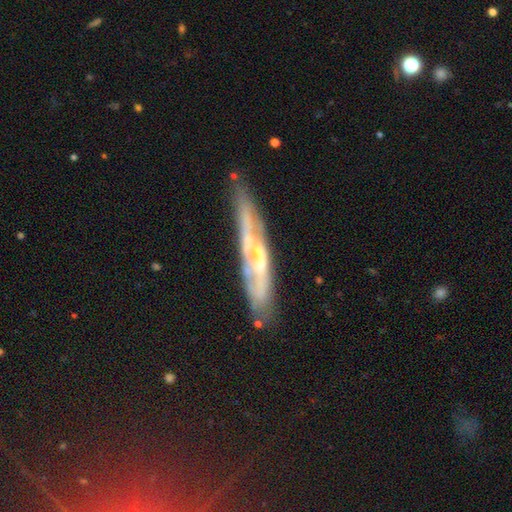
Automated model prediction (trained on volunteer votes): smooth_or_featured: featured or disk (p=0.74) [alt: smooth p=0.18]
disk_edge_on: yes (p=0.58) [alt: no p=0.42]
merging: none (p=0.71) [alt: minor disturbance p=0.19]